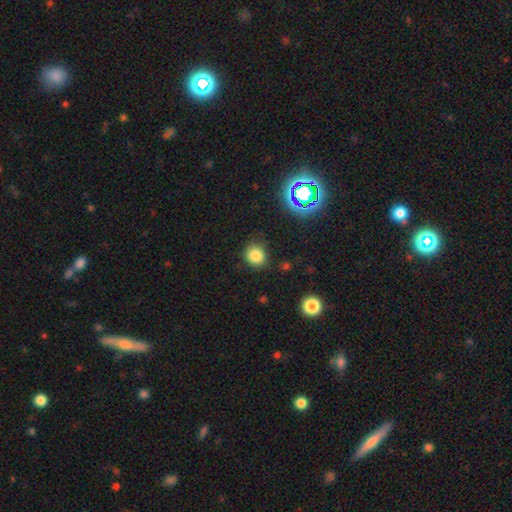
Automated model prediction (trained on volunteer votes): The model was most divided on "how rounded": round: 79%, in between: 20%, cigar-shaped: 1%. More confident: merging — none (83%); smooth or featured — smooth (81%).